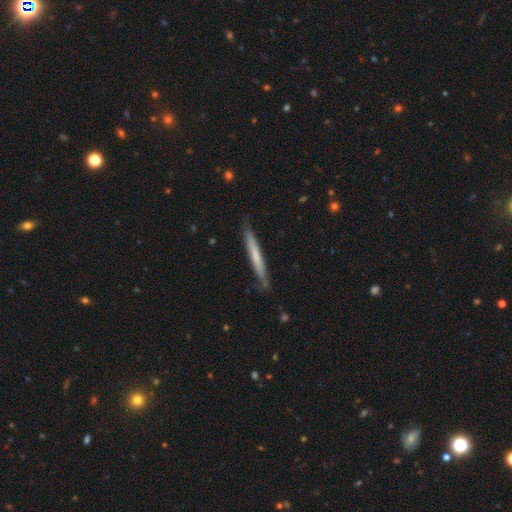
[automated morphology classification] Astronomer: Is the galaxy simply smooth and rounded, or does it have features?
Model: smooth — 55% (runner-up: featured or disk, 40%).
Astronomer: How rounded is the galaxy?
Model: cigar-shaped — 96%.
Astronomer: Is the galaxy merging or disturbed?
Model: none — 83%.